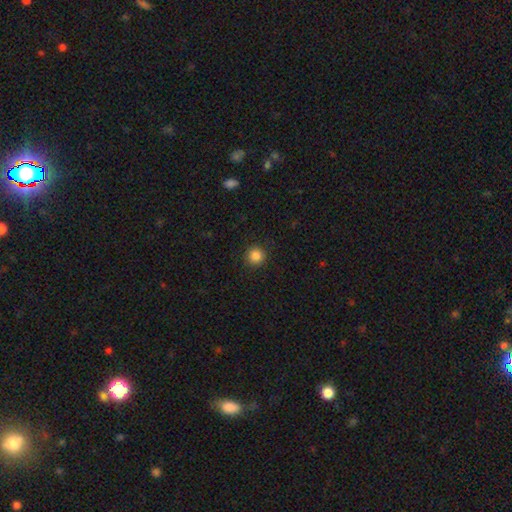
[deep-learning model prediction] Smooth or featured? smooth (85%)
How rounded? round (95%)
Merging? none (92%)